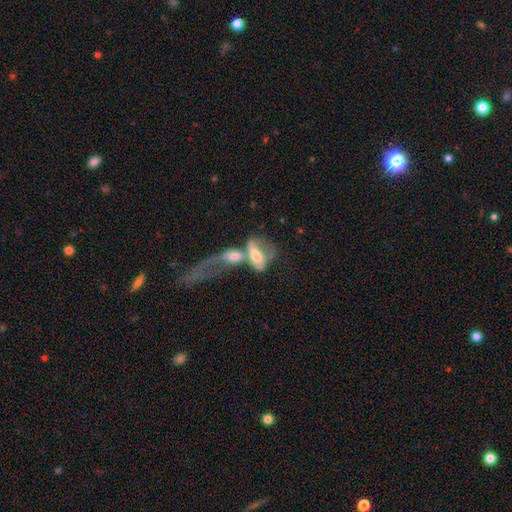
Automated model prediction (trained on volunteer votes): This is possibly a featured or disk galaxy (49%). Merging: likely merger (71%).